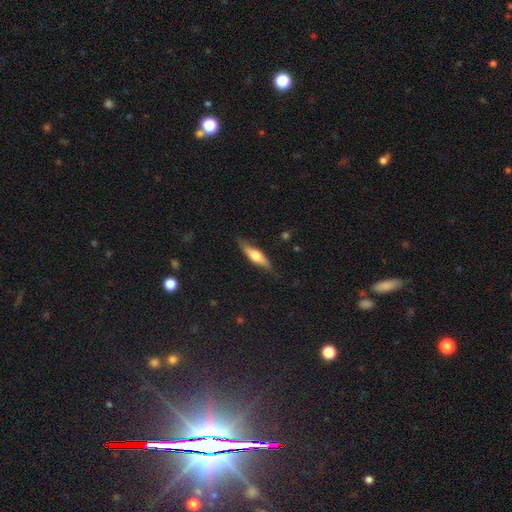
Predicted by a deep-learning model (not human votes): A featured or disk galaxy (50%). Merging: none (78%).